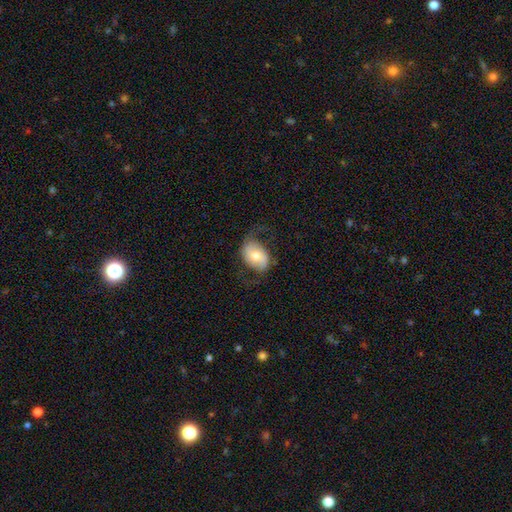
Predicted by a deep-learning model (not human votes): A featured or disk galaxy (53%) with no bar (58%), spiral arms (81%) and a moderate central bulge (61%). Merging: none (59%).